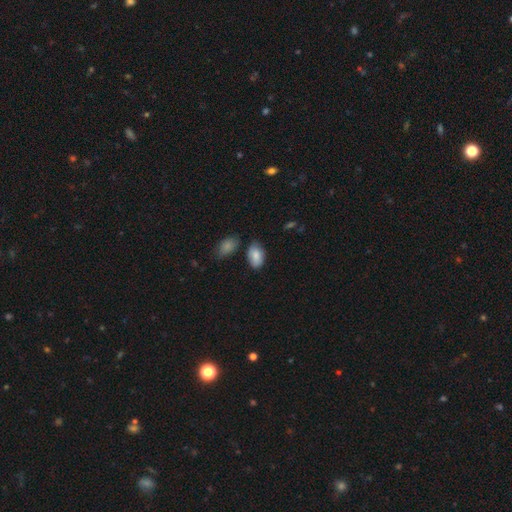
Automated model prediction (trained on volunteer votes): Morphology: type=smooth (83%); roundness=in between (92%); merging=none (64%).